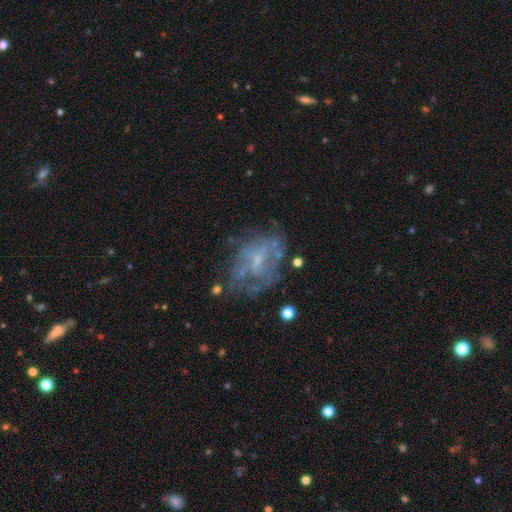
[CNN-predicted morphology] smooth-or-featured: featured or disk: 60% | star or artifact: 21% | smooth: 19%
  disk-edge-on: no: 95% | yes: 5%
    bar: no: 54% | weak: 36% | strong: 10%
    has-spiral-arms: yes: 54% | no: 46%
    bulge-size: small: 60% | moderate: 22% | none: 15% | large: 2% | dominant: 1%
  merging: none: 60% | minor disturbance: 19% | major disturbance: 17% | merger: 4%